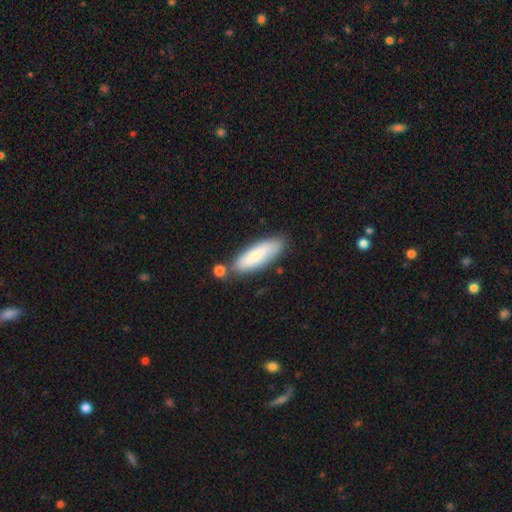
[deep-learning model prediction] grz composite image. It shows a smooth galaxy with no disk features (79%) that is cigar-shaped (50%). Merging: none (70%).